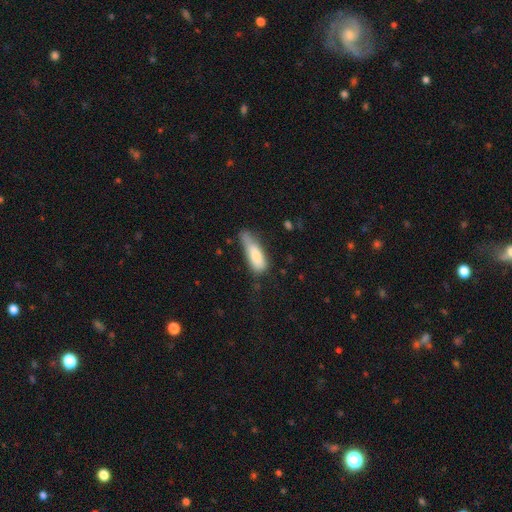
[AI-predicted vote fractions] Q: Smooth or featured?
A: smooth (78%); runner-up: featured or disk (15%)
Q: How rounded?
A: in between (53%); runner-up: cigar-shaped (45%)
Q: Merging?
A: minor disturbance (40%); runner-up: none (33%)